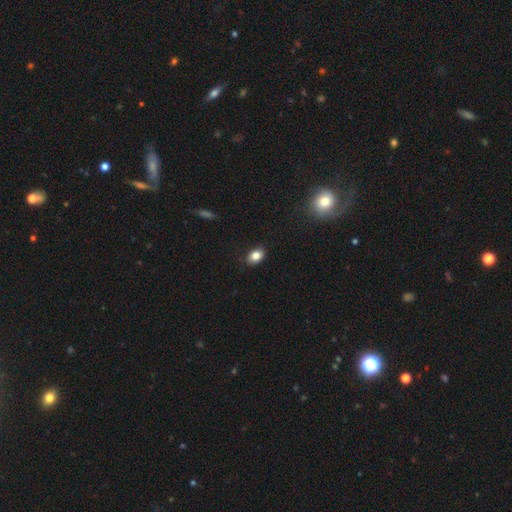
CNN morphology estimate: A smooth galaxy with no disk features (84%) that is in between round and cigar-shaped (79%). Merging: none (85%).